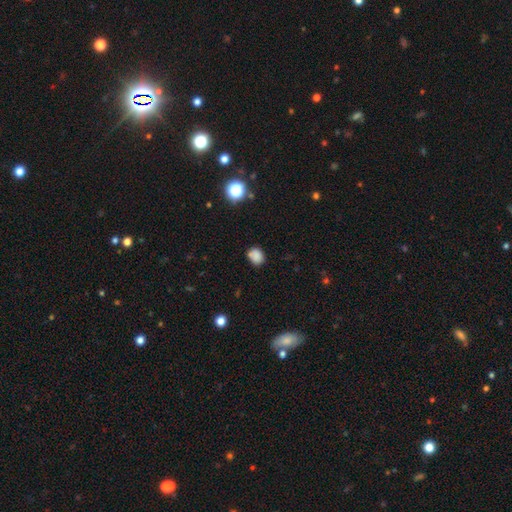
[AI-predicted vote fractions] Overall: smooth (82%). How rounded: round (57%; in between 42%). Merging: none (70%).